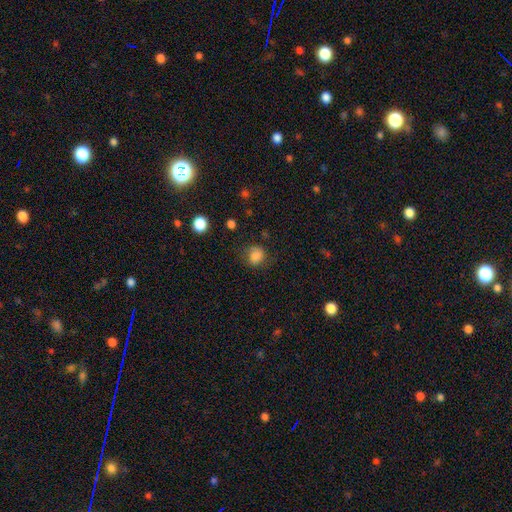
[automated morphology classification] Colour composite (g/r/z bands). It shows a smooth galaxy with no disk features (83%) that is round (70%). Merging: none (71%).